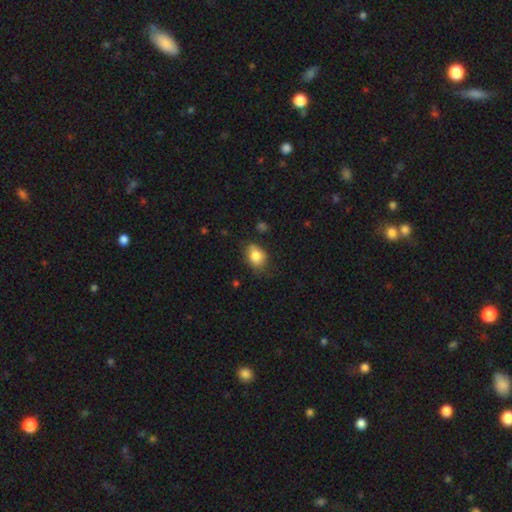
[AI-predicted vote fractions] Overall: smooth (82%). How rounded: in between (69%; round 30%). Merging: none (64%; minor disturbance 27%).